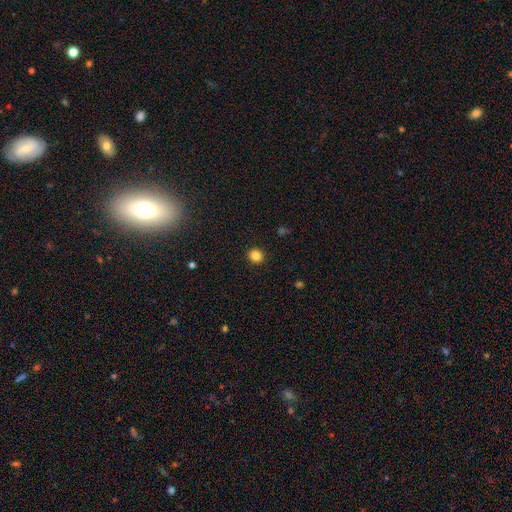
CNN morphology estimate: type=smooth (85%); roundness=round (85%); merging=none (92%).